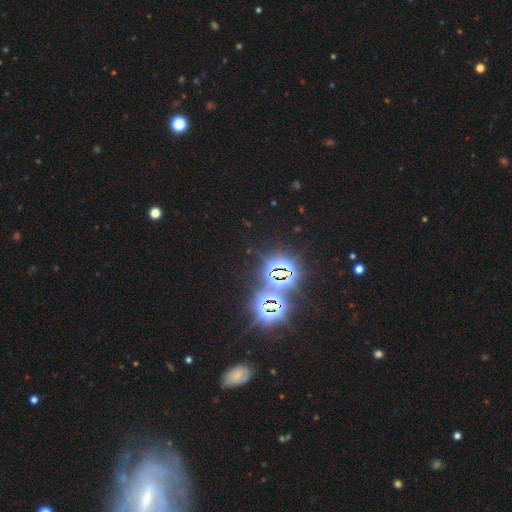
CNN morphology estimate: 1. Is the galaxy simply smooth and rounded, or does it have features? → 56% star or artifact, 23% featured or disk, 22% smooth.